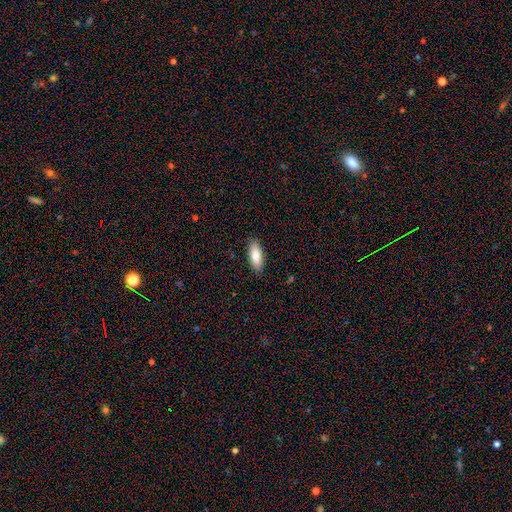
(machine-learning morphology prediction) Overall: smooth (82%). How rounded: in between (74%). Merging: none (87%).